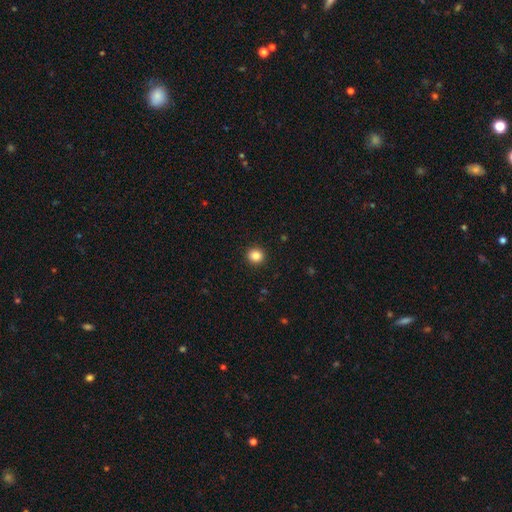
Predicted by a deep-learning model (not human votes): smooth-or-featured: smooth: 86% | star or artifact: 10% | featured or disk: 4%
  how-rounded: round: 89% | in between: 10% | cigar-shaped: 1%
  merging: none: 93% | minor disturbance: 5% | major disturbance: 2% | merger: 1%